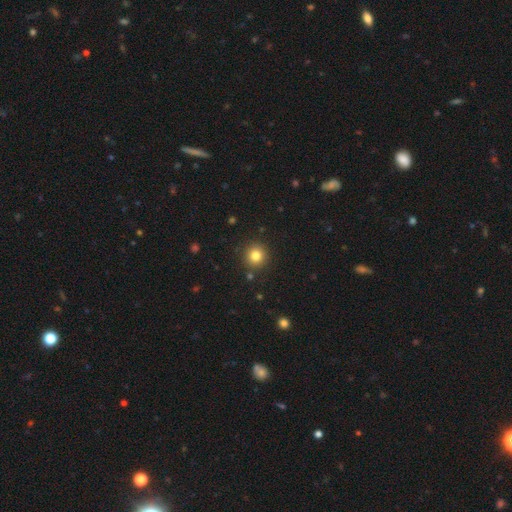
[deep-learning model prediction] smooth-or-featured: smooth: 81% | star or artifact: 12% | featured or disk: 6%
  how-rounded: round: 93% | in between: 6% | cigar-shaped: 1%
  merging: none: 90% | minor disturbance: 6% | merger: 2% | major disturbance: 2%